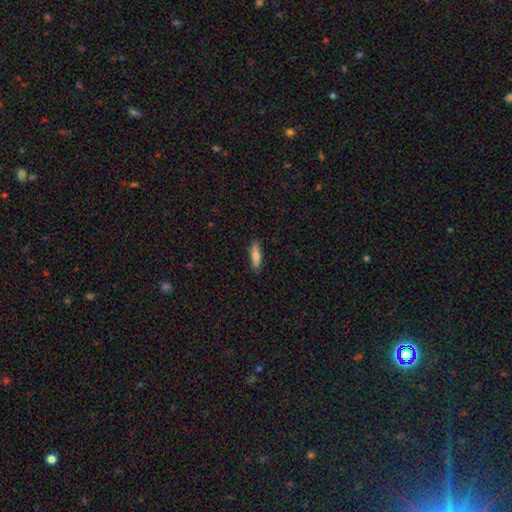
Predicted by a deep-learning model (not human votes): Smooth or featured? smooth (72%)
How rounded? cigar-shaped (70%)
Merging? none (87%)